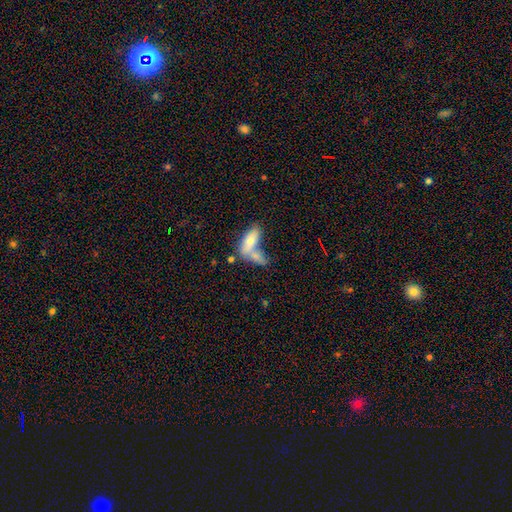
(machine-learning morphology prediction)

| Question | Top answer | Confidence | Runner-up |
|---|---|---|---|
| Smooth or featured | smooth | 71% | featured or disk (22%) |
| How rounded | in between | 72% | cigar-shaped (24%) |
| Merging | merger | 56% | none (29%) |